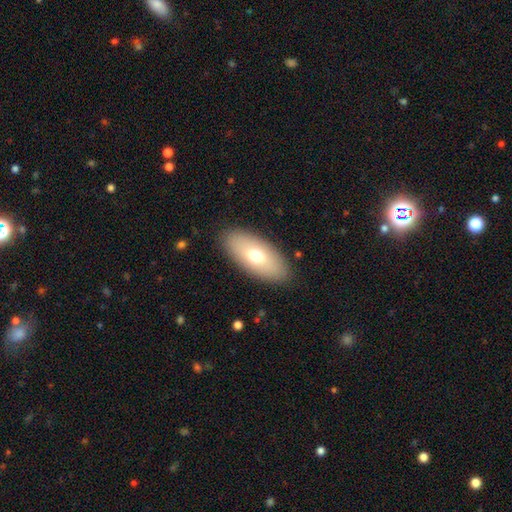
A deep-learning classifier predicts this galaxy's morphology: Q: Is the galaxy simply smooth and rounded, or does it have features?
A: smooth — 67%.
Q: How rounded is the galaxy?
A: in between — 89%.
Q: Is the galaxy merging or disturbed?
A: none — 87%.